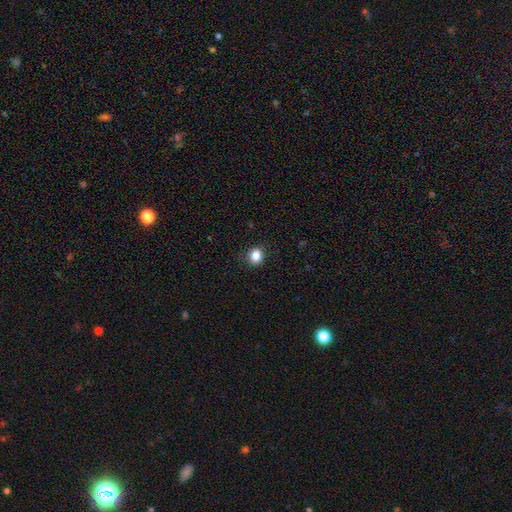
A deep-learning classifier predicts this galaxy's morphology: A smooth galaxy with no disk features (85%) that is round (78%). Merging: none (86%).